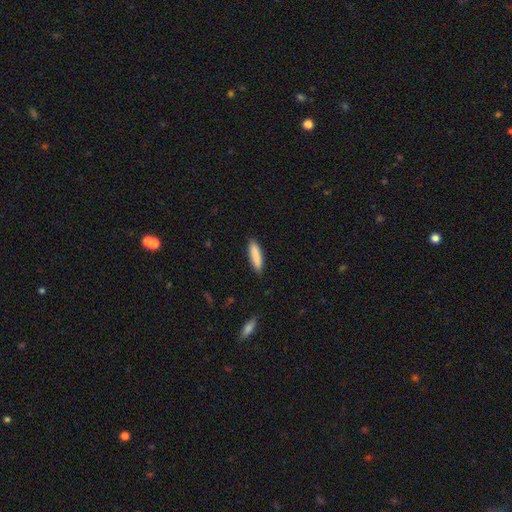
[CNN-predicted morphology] Smooth or featured: smooth — 88% (featured or disk — 7%)
How rounded: cigar-shaped — 73% (in between — 26%)
Merging: none — 88% (minor disturbance — 9%)